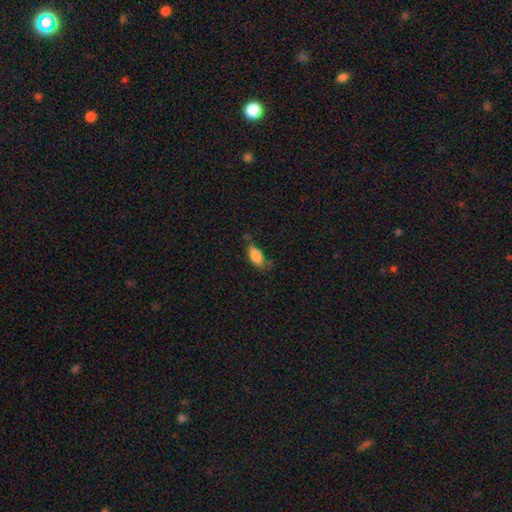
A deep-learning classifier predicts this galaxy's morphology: type=smooth (84%); roundness=in between (89%); merging=none (53%).